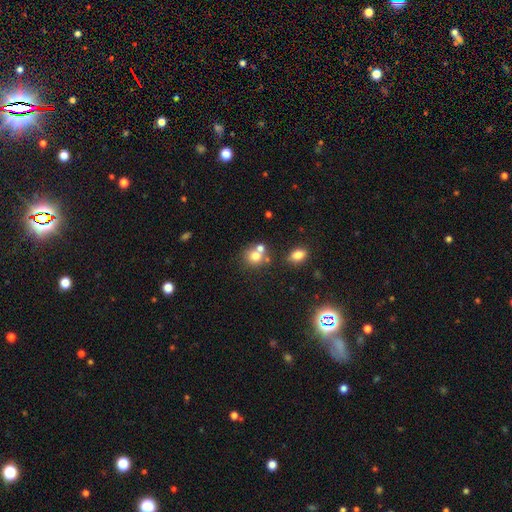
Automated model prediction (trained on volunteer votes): This appears to be a smooth galaxy with no disk features (73%) that is round (82%). Merging: none (49%).